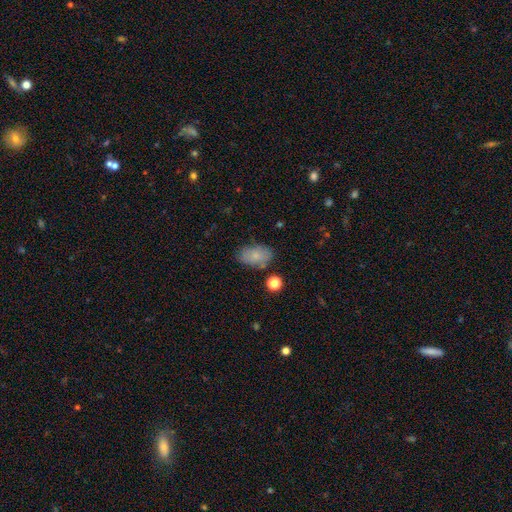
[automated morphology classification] smooth-or-featured: smooth: 77% | featured or disk: 14% | star or artifact: 8%
  how-rounded: in between: 88% | round: 10% | cigar-shaped: 2%
  merging: none: 72% | minor disturbance: 18% | major disturbance: 5% | merger: 5%